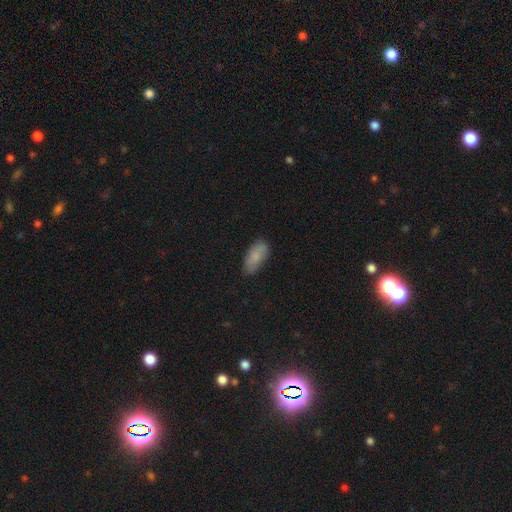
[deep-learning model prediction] smooth_or_featured: smooth (p=0.84) [alt: featured or disk p=0.10]
how_rounded: in between (p=0.84) [alt: cigar-shaped p=0.14]
merging: none (p=0.77) [alt: minor disturbance p=0.18]